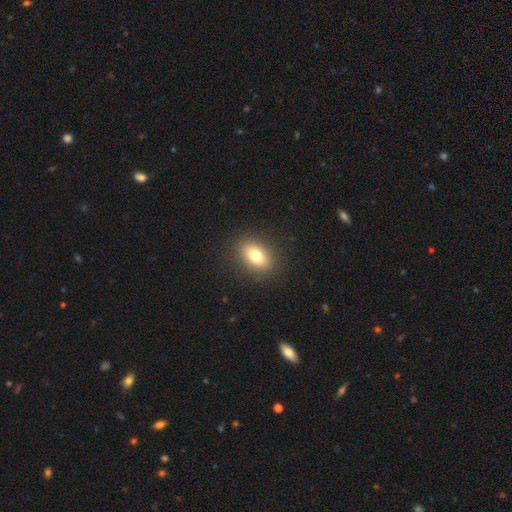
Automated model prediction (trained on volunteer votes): The model was most divided on "how rounded": in between: 79%, round: 19%, cigar-shaped: 2%. More confident: merging — none (88%); smooth or featured — smooth (76%).